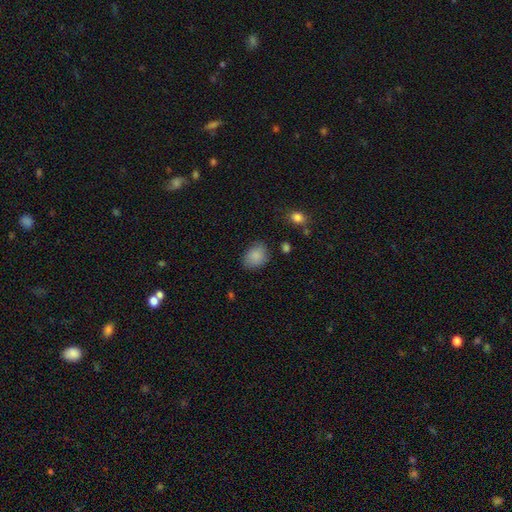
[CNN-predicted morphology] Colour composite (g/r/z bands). It shows a smooth galaxy with no disk features (87%) that is in between round and cigar-shaped (68%). Merging: none (77%).